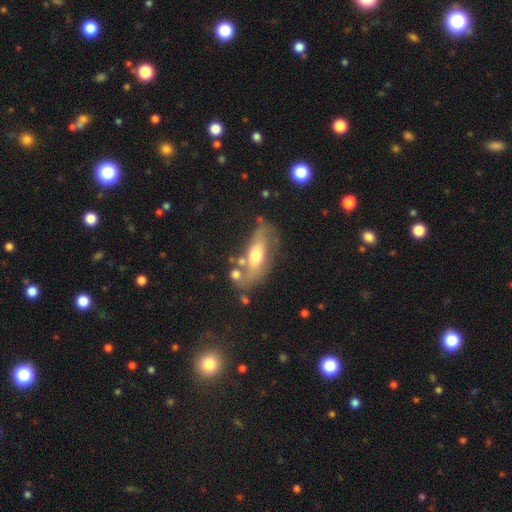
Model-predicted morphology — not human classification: type=featured or disk (48%); merging=none (54%).